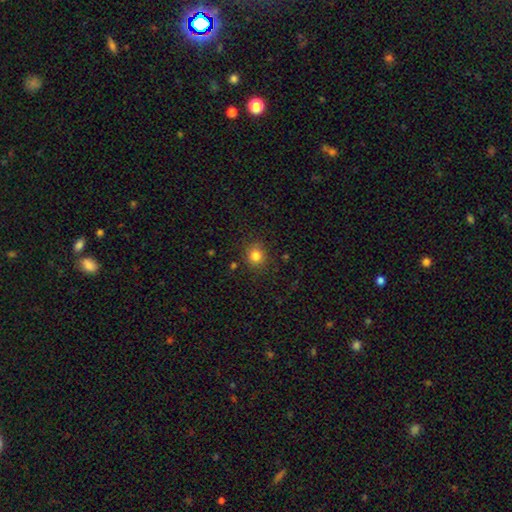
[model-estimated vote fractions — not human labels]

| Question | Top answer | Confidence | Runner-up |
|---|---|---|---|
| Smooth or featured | smooth | 82% | star or artifact (12%) |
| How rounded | round | 87% | in between (12%) |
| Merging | none | 85% | minor disturbance (10%) |